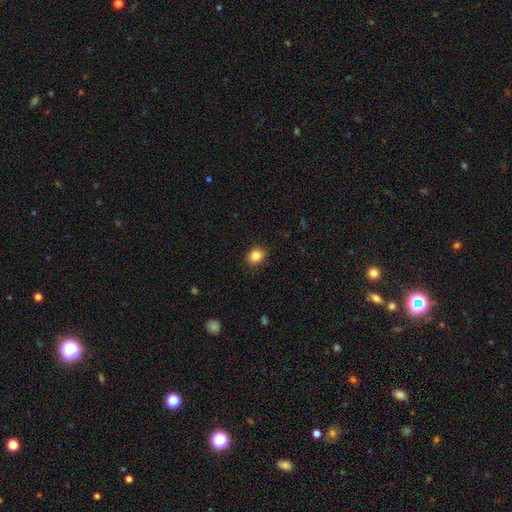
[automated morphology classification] smooth_or_featured: smooth (p=0.85) [alt: star or artifact p=0.10]
how_rounded: round (p=0.53) [alt: in between p=0.46]
merging: none (p=0.88) [alt: minor disturbance p=0.09]